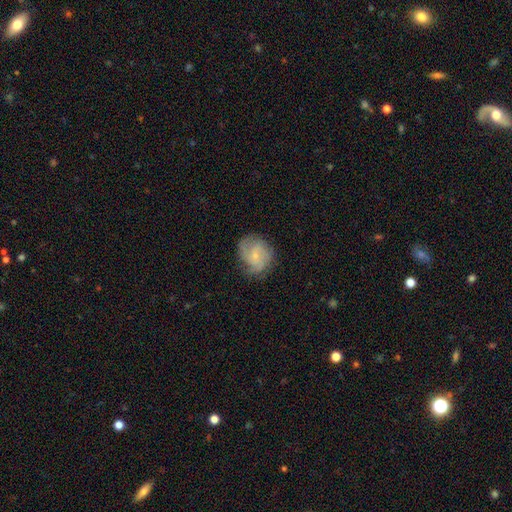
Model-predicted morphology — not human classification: Smooth or featured? featured or disk (72%)
Edge-on disk? no (98%)
Bar? no (61%)
Spiral arms? yes (94%)
Spiral winding? medium (43%, tied with tight)
Spiral arm count? 3 (33%)
Bulge size? small (73%)
Merging? none (71%)